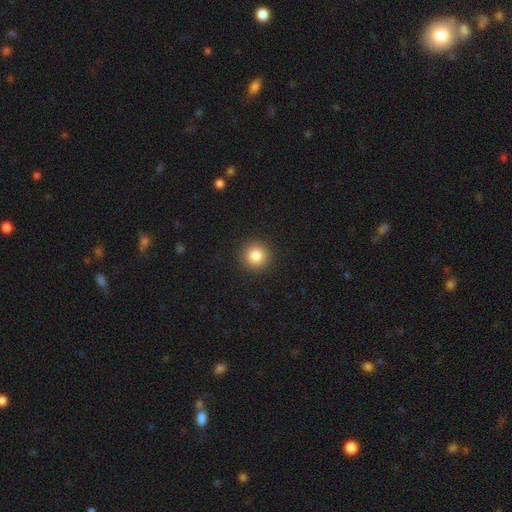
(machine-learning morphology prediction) The model was most divided on "smooth or featured": smooth: 85%, star or artifact: 10%, featured or disk: 5%. More confident: how rounded — round (95%); merging — none (92%).